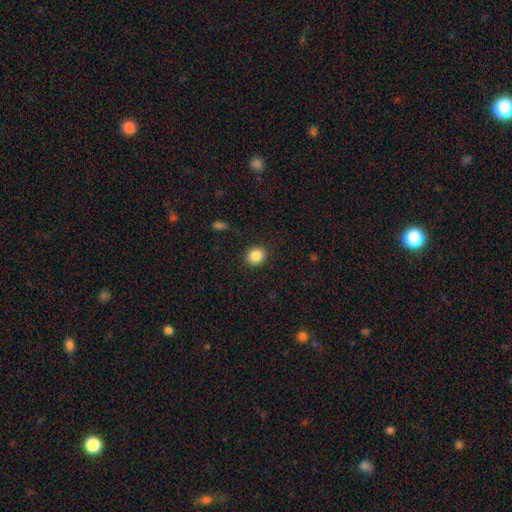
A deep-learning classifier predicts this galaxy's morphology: This appears to be a smooth galaxy with no disk features (86%) that is round (72%). Merging: none (90%).